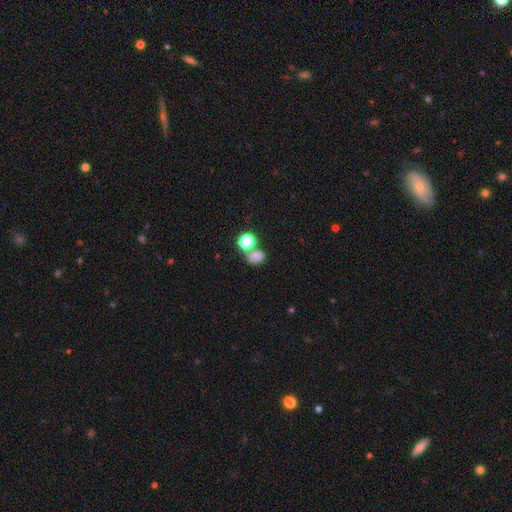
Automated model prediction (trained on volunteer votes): A smooth galaxy with no disk features (72%) that is in between round and cigar-shaped (51%).

Vote fractions:
- Smooth or featured? smooth: 72% / star or artifact: 18% / featured or disk: 10%
- How rounded? in between: 51% / round: 47% / cigar-shaped: 1%
- Merging? none: 46% / merger: 33% / minor disturbance: 14% / major disturbance: 7%